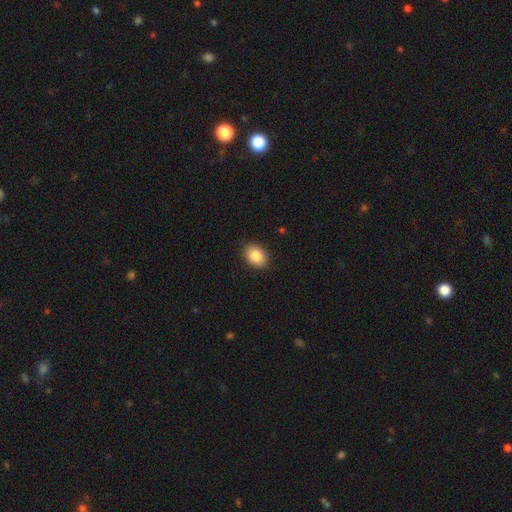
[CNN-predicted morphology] Smooth or featured? smooth (86%)
How rounded? in between (74%)
Merging? none (89%)